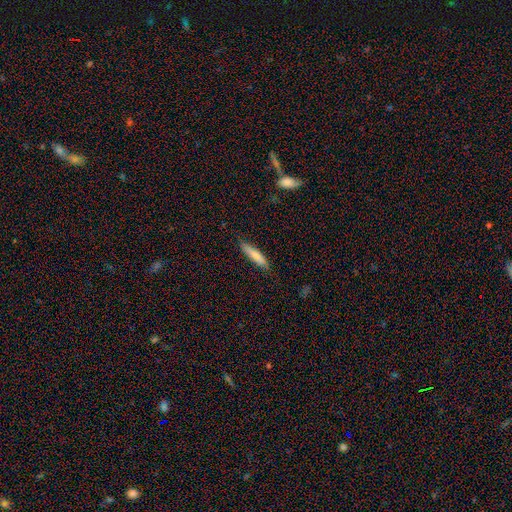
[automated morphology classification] Smooth or featured?
  - smooth: 81% *
  - featured or disk: 13%
  - star or artifact: 6%
How rounded?
  - cigar-shaped: 85% *
  - in between: 14%
  - round: 1%
Merging?
  - none: 84% *
  - minor disturbance: 13%
  - major disturbance: 2%
  - merger: 1%